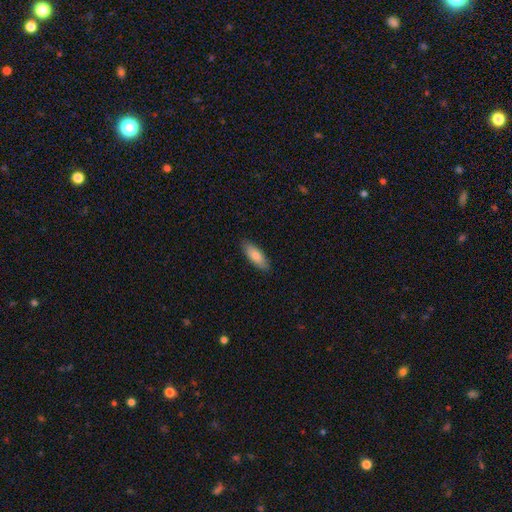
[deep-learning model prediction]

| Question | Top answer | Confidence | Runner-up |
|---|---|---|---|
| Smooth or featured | smooth | 81% | featured or disk (13%) |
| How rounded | in between | 70% | cigar-shaped (29%) |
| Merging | none | 88% | minor disturbance (9%) |